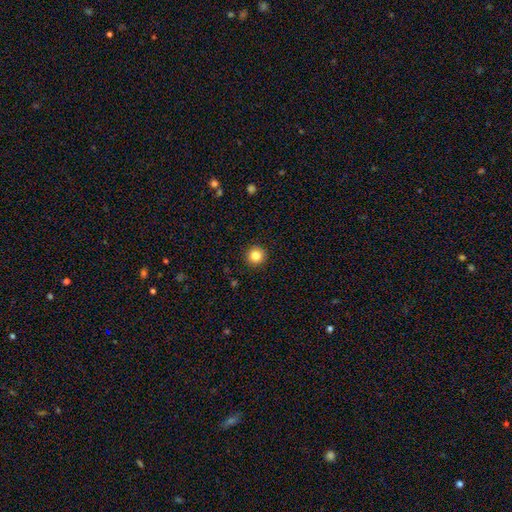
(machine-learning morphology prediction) A smooth galaxy with no disk features (83%) that is round (96%). Merging: none (93%).